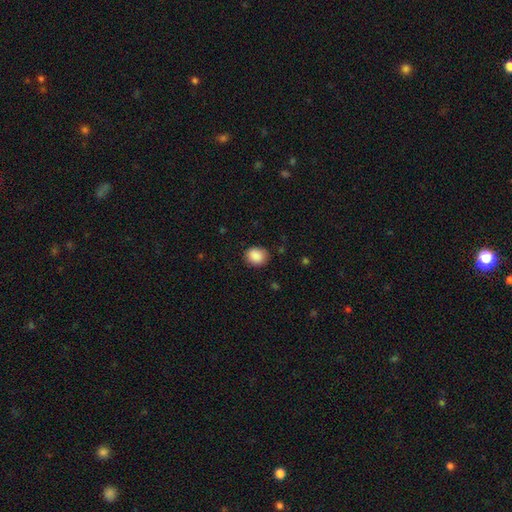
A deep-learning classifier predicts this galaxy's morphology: smooth-or-featured: smooth: 88% | star or artifact: 8% | featured or disk: 3%
  how-rounded: round: 67% | in between: 33% | cigar-shaped: 1%
  merging: none: 82% | minor disturbance: 14% | major disturbance: 3% | merger: 1%